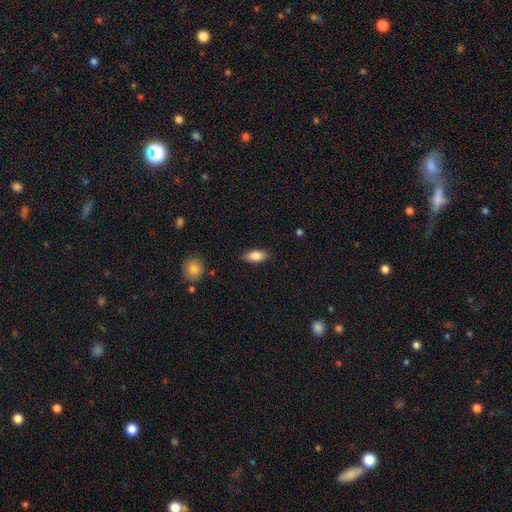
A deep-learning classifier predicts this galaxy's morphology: The model was most divided on "smooth or featured": smooth: 83%, featured or disk: 10%, star or artifact: 7%. More confident: how rounded — in between (88%); merging — none (86%).